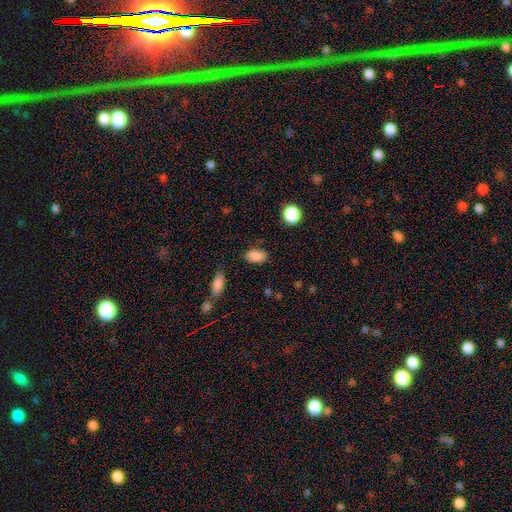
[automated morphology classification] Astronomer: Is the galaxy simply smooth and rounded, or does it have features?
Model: smooth — 87%.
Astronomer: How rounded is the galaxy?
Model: in between — 91%.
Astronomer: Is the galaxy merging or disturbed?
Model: none — 79%.